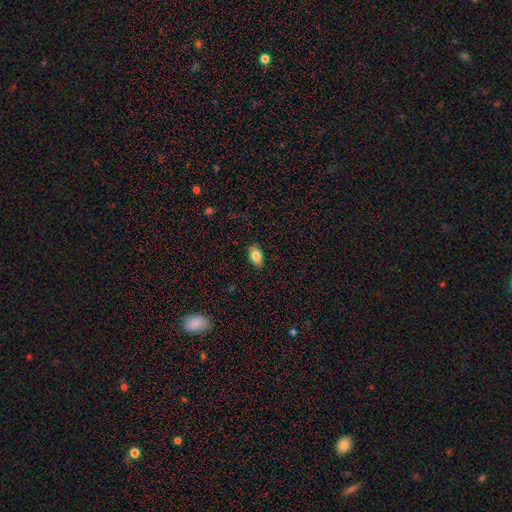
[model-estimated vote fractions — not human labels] smooth_or_featured: smooth (p=0.84) [alt: featured or disk p=0.08]
how_rounded: in between (p=0.88) [alt: round p=0.11]
merging: none (p=0.86) [alt: minor disturbance p=0.11]